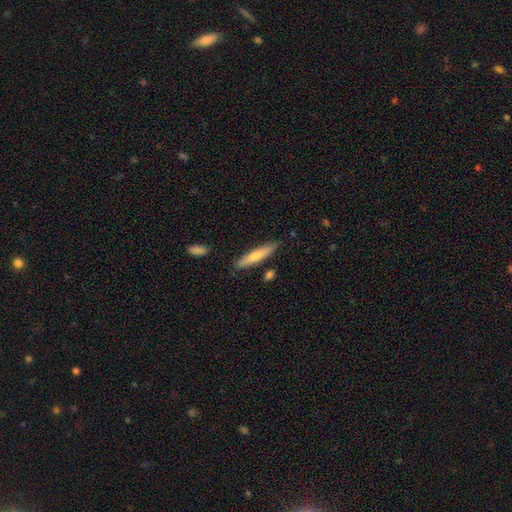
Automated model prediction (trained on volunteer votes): Overall: smooth (71%). How rounded: cigar-shaped (88%). Merging: none (82%).